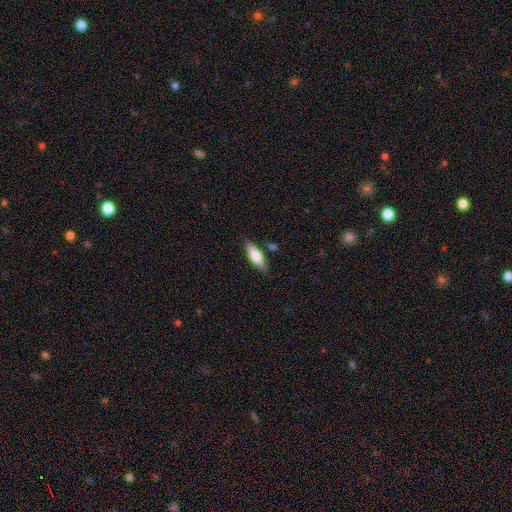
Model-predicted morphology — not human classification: Smooth or featured: smooth — 69% (featured or disk — 25%)
How rounded: in between — 62% (cigar-shaped — 35%)
Merging: none — 81% (minor disturbance — 12%)